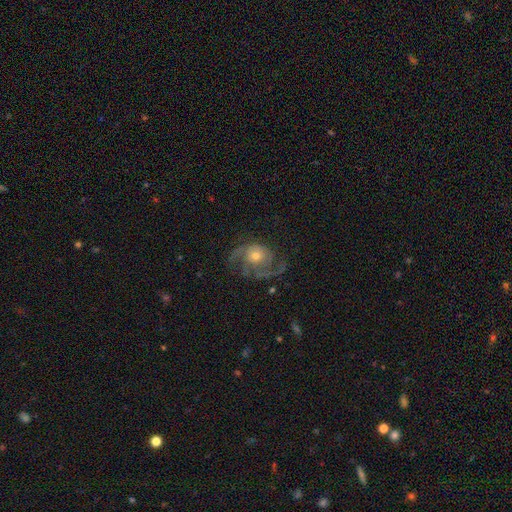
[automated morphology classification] Smooth or featured? Predicted: featured or disk (p=0.84). Edge-on disk? Predicted: no (p=0.97). Bar? Predicted: no (p=0.76). Spiral arms? Predicted: yes (p=0.94). Spiral winding? Predicted: medium (p=0.49). Spiral arm count? Predicted: 2 (p=0.51). Bulge size? Predicted: moderate (p=0.54). Merging? Predicted: none (p=0.59).